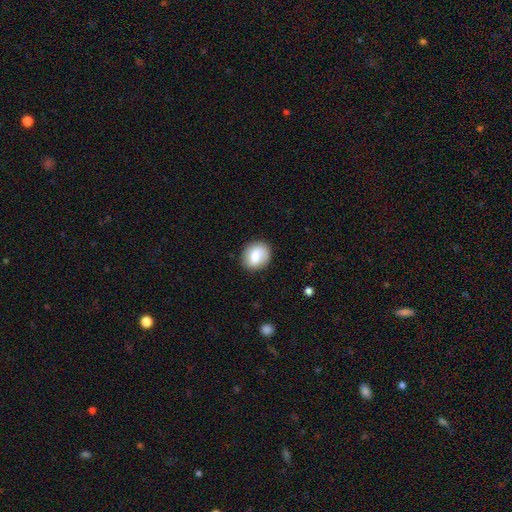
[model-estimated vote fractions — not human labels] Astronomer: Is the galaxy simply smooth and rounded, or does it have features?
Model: smooth — 75%.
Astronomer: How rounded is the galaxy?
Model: round — 56% (runner-up: in between, 42%).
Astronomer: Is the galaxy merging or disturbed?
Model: none — 82%.